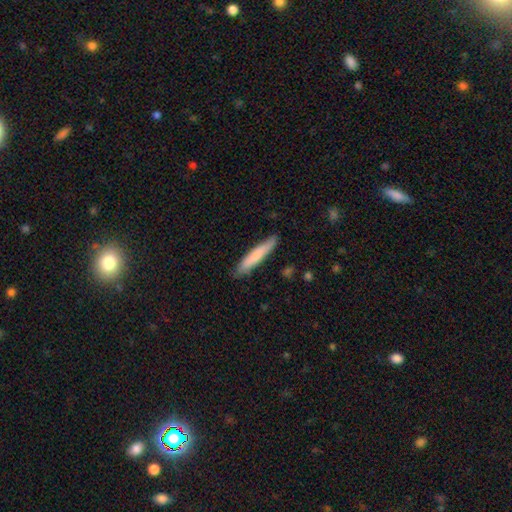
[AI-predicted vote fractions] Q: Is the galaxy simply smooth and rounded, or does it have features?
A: smooth — 76%.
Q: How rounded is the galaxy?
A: cigar-shaped — 92%.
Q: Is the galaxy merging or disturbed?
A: none — 85%.